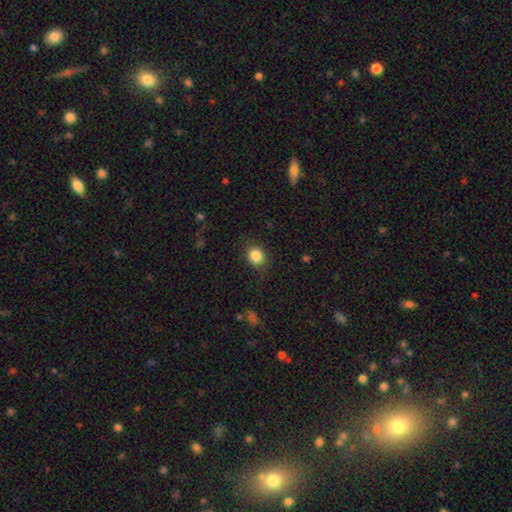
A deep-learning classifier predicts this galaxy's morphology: This is clearly a smooth galaxy (85%). How rounded: likely round (72%). Merging: clearly none (83%).